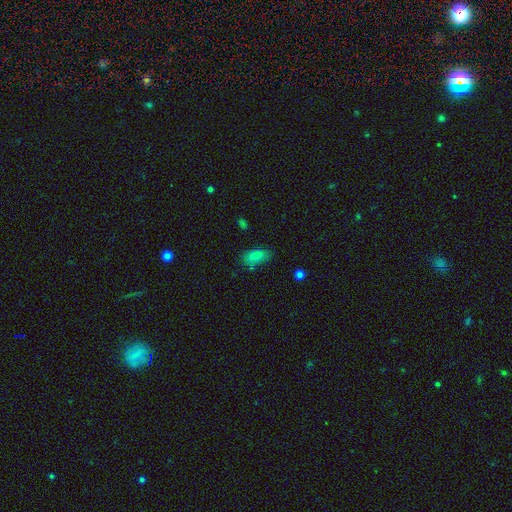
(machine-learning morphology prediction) Smooth or featured?
  - smooth: 78% *
  - featured or disk: 12%
  - star or artifact: 10%
How rounded?
  - in between: 87% *
  - cigar-shaped: 9%
  - round: 5%
Merging?
  - none: 68% *
  - minor disturbance: 22%
  - major disturbance: 6%
  - merger: 4%